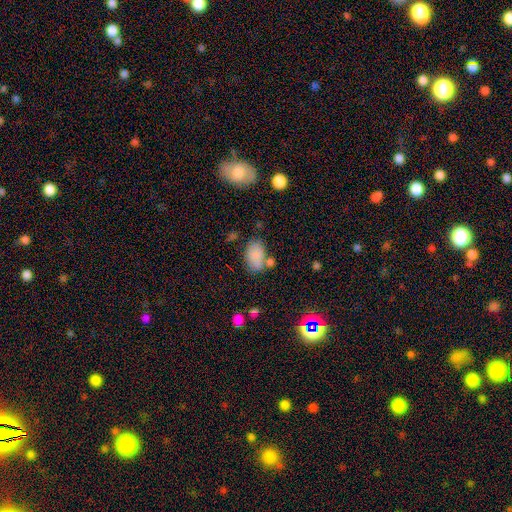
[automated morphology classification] type=smooth (82%); roundness=in between (89%); merging=none (58%).